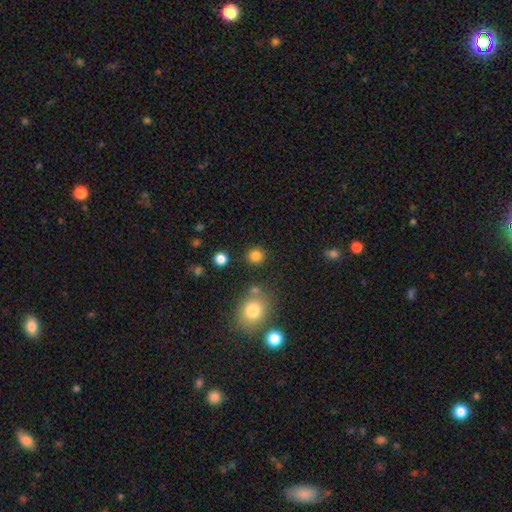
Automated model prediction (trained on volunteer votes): This is clearly a smooth galaxy (83%). How rounded: clearly round (89%). Merging: clearly none (86%).